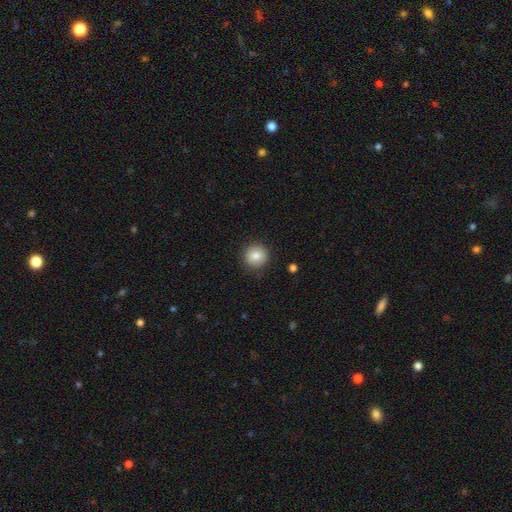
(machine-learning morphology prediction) Overall: smooth (82%). How rounded: round (93%). Merging: none (88%).